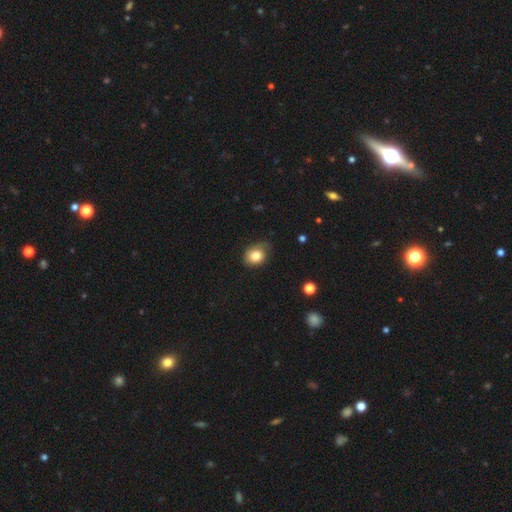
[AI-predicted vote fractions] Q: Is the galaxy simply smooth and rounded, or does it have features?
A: smooth — 82%.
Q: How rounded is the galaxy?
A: round — 50%.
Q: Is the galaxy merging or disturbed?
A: none — 58%.